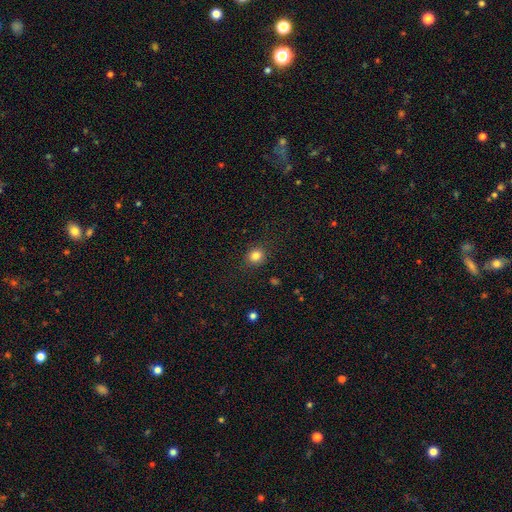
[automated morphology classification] Smooth or featured? smooth (83%)
How rounded? round (84%)
Merging? none (89%)